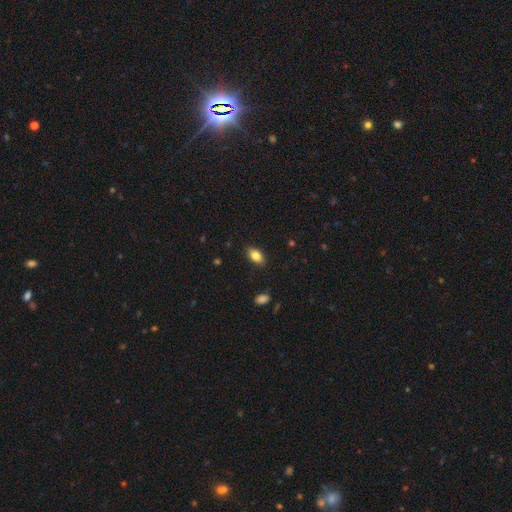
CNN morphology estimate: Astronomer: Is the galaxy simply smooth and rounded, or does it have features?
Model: smooth — 82%.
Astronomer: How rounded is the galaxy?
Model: in between — 90%.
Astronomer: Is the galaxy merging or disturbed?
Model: none — 86%.